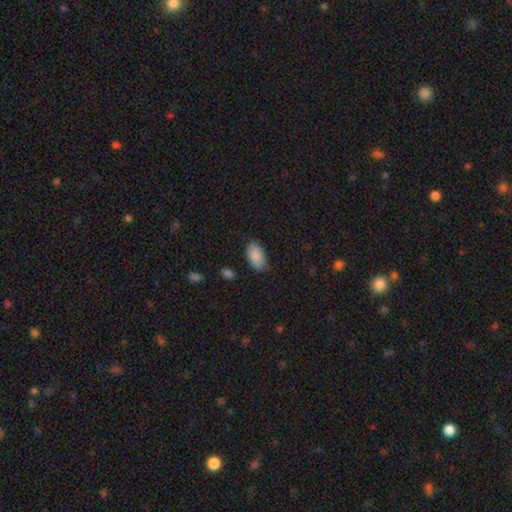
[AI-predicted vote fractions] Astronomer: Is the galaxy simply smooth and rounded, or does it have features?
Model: smooth — 88%.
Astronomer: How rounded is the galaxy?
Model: in between — 94%.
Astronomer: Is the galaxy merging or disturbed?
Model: none — 76%.